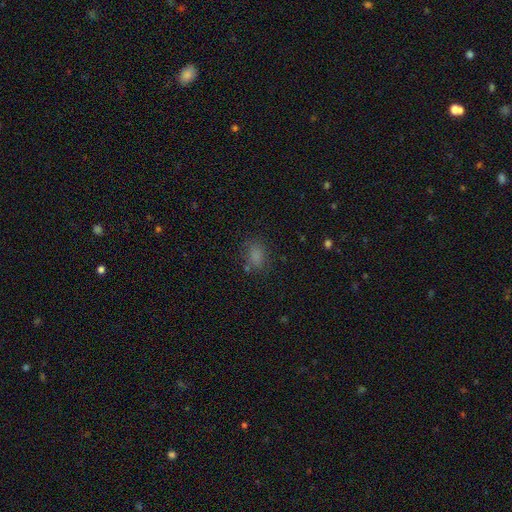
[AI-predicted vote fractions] A smooth galaxy with no disk features (79%) that is in between round and cigar-shaped (64%). Merging: none (74%).